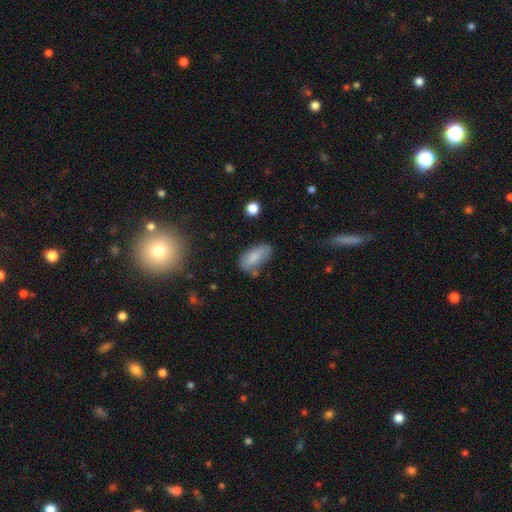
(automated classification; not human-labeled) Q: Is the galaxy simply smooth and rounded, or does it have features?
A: smooth — 78%.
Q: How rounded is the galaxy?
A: in between — 85%.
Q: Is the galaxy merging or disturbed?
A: none — 57%.